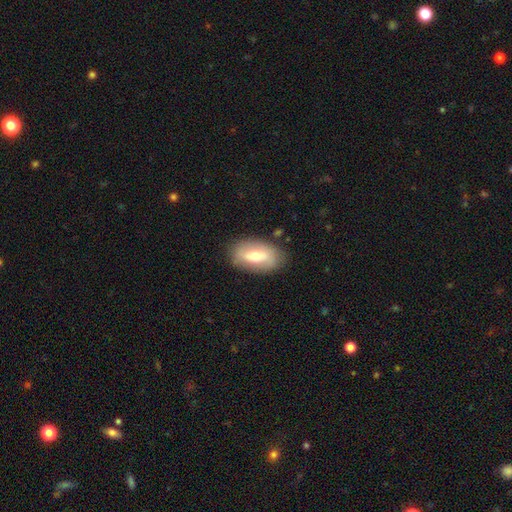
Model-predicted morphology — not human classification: Smooth or featured: smooth — 50% (featured or disk — 43%)
Merging: none — 83% (minor disturbance — 12%)